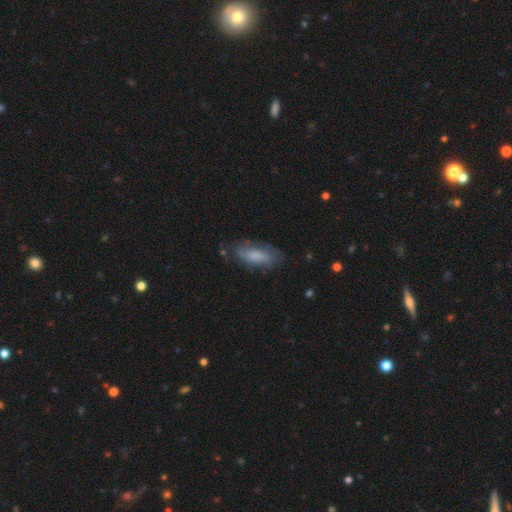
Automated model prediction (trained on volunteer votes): Q: Smooth or featured?
A: smooth (65%); runner-up: featured or disk (28%)
Q: How rounded?
A: in between (75%); runner-up: cigar-shaped (23%)
Q: Merging?
A: none (68%); runner-up: minor disturbance (22%)